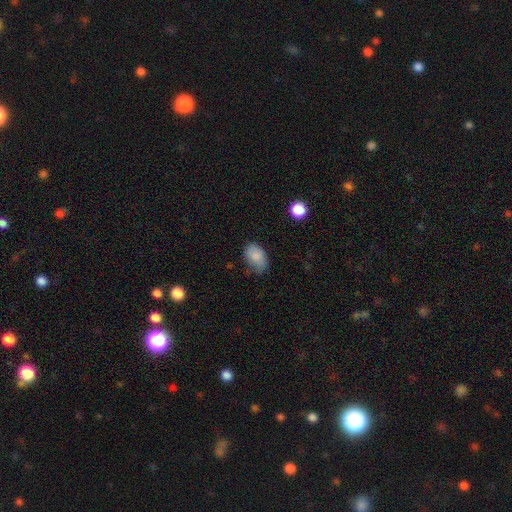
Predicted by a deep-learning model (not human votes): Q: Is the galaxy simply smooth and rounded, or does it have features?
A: smooth — 82%.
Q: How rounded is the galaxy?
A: in between — 86%.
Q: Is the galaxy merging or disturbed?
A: none — 56%.